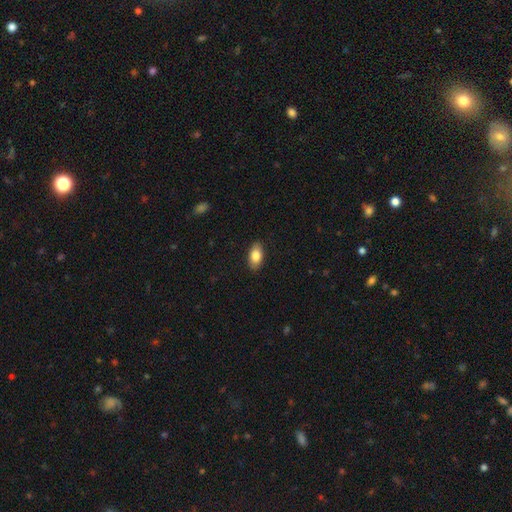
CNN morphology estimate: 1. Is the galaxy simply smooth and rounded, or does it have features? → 84% smooth, 10% featured or disk, 7% star or artifact.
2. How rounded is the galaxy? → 92% in between, 4% round, 4% cigar-shaped.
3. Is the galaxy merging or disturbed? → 89% none, 9% minor disturbance, 2% major disturbance, 1% merger.